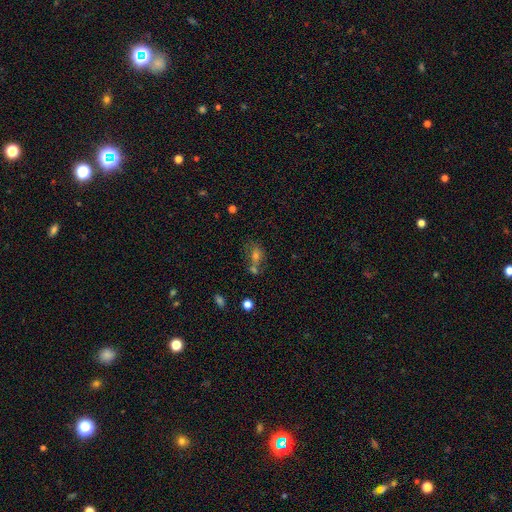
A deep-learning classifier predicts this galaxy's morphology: This appears to be a smooth galaxy with no disk features (52%) that is in between round and cigar-shaped (57%). Merging: none (42%).